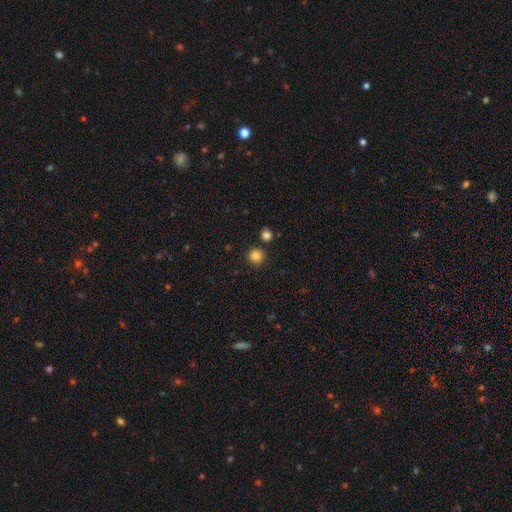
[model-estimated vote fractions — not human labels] smooth_or_featured: smooth (p=0.85) [alt: star or artifact p=0.12]
how_rounded: round (p=0.94) [alt: in between p=0.05]
merging: none (p=0.85) [alt: minor disturbance p=0.07]